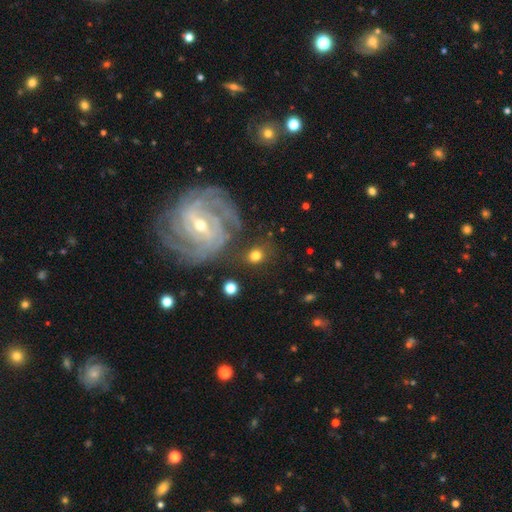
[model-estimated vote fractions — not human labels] Q: Smooth or featured?
A: smooth (61%); runner-up: featured or disk (28%)
Q: How rounded?
A: round (76%); runner-up: in between (23%)
Q: Merging?
A: none (76%); runner-up: minor disturbance (12%)